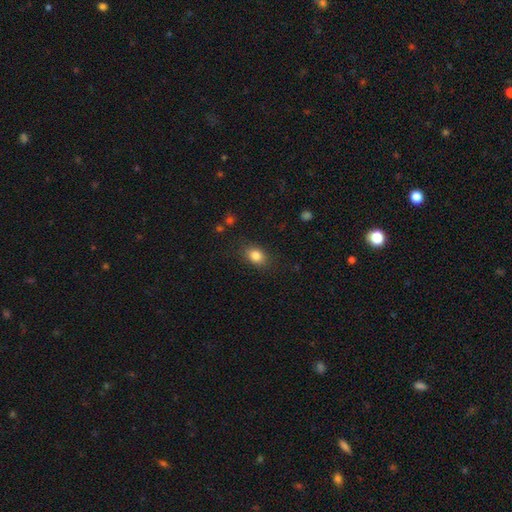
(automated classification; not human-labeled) A smooth galaxy with no disk features (83%) that is in between round and cigar-shaped (68%). Merging: none (83%).